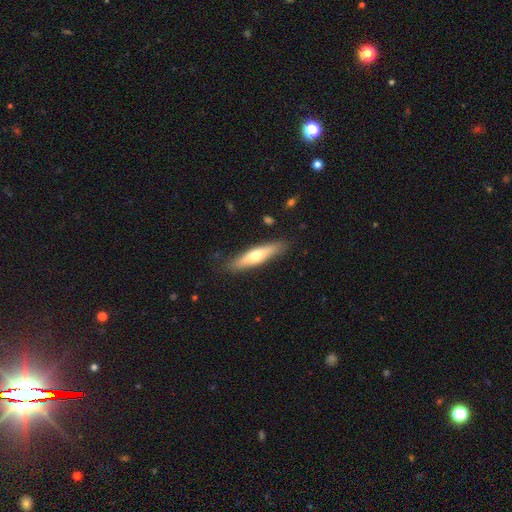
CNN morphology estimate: Smooth or featured?
  - smooth: 53% *
  - featured or disk: 42%
  - star or artifact: 5%
How rounded?
  - cigar-shaped: 78% *
  - in between: 21%
  - round: 2%
Merging?
  - none: 85% *
  - minor disturbance: 11%
  - major disturbance: 2%
  - merger: 1%